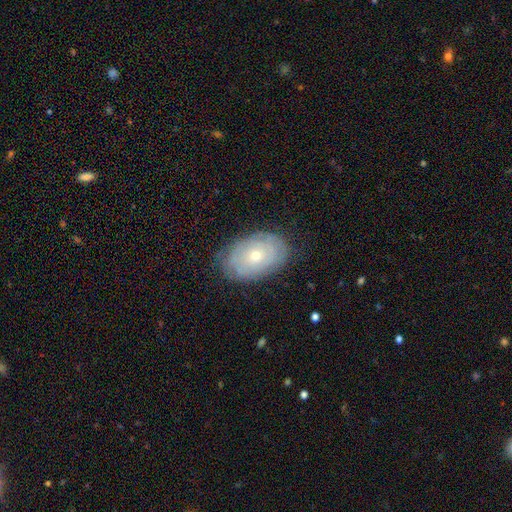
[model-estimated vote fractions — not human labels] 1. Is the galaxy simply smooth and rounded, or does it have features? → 54% featured or disk, 38% smooth, 8% star or artifact.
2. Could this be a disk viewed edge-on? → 93% no, 7% yes.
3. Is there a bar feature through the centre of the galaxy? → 88% no, 10% weak, 2% strong.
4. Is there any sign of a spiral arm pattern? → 60% yes, 40% no.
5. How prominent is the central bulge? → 56% small, 40% moderate, 2% large, 1% none, 1% dominant.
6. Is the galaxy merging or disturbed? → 81% none, 15% minor disturbance, 4% major disturbance, 1% merger.